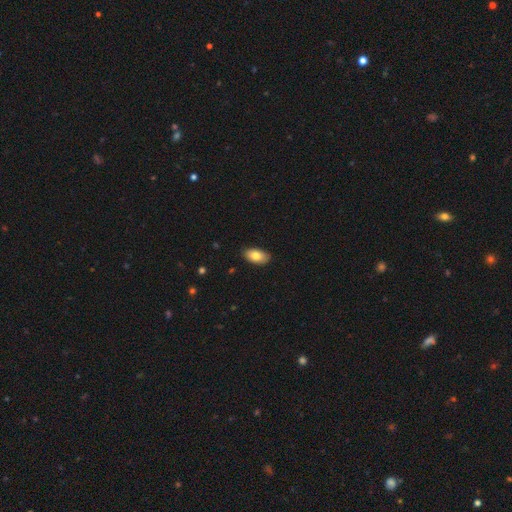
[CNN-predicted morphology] Overall: smooth (80%). How rounded: in between (94%). Merging: none (87%).